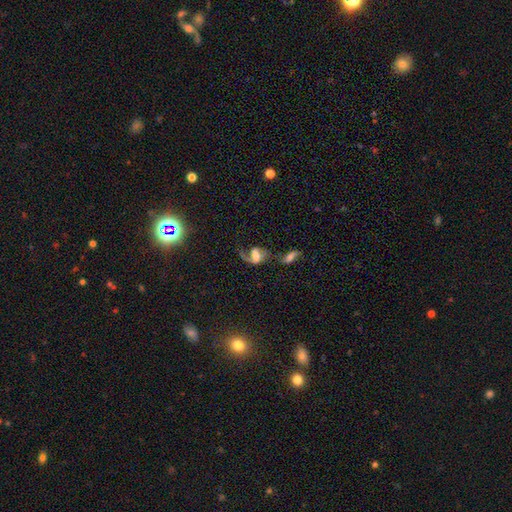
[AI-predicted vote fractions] A featured or disk galaxy (59%) with a weak bar (41%), spiral arms (81%) and a moderate central bulge (46%). Merging: none (30%).